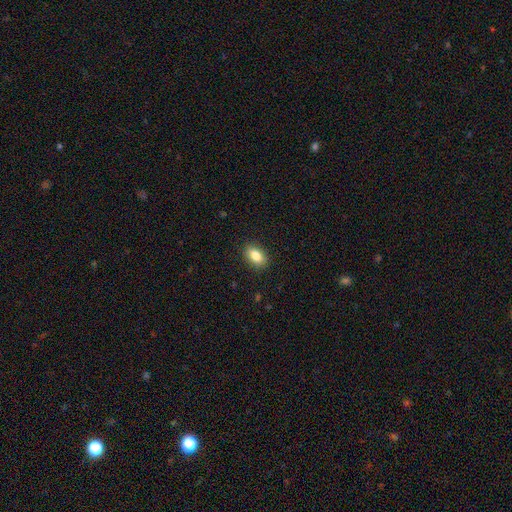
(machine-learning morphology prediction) type=smooth (85%); roundness=in between (86%); merging=none (89%).